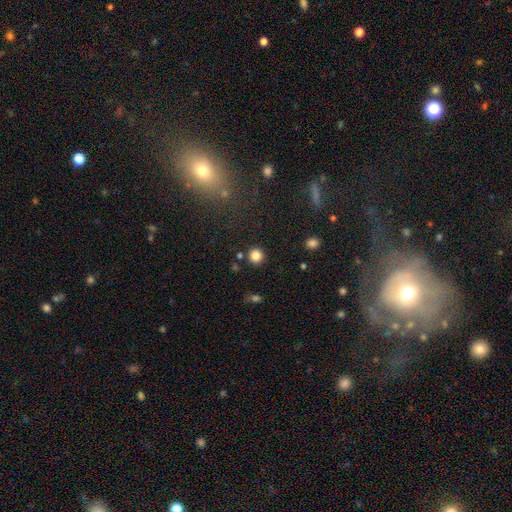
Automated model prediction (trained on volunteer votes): Overall: smooth (83%). How rounded: round (93%). Merging: none (89%).